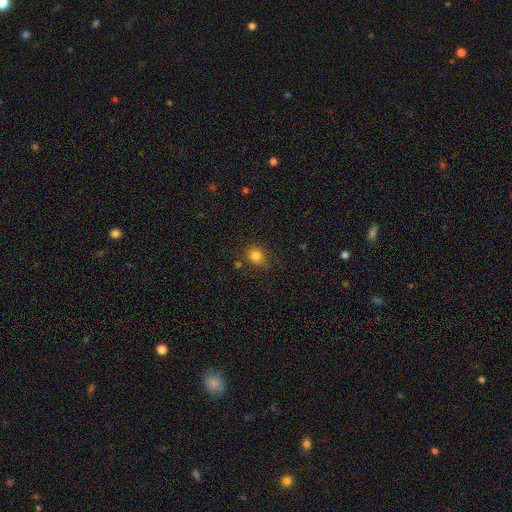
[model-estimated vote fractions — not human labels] smooth-or-featured: smooth: 82% | star or artifact: 12% | featured or disk: 6%
  how-rounded: round: 84% | in between: 15% | cigar-shaped: 1%
  merging: none: 82% | minor disturbance: 10% | merger: 4% | major disturbance: 3%